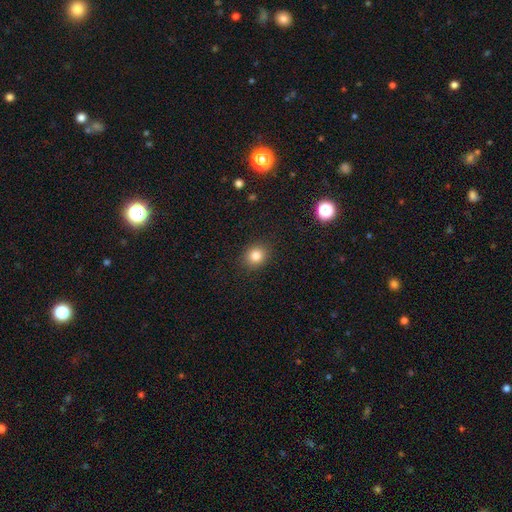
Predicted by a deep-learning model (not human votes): Smooth or featured?
  - smooth: 83% *
  - star or artifact: 11%
  - featured or disk: 6%
How rounded?
  - round: 79% *
  - in between: 21%
  - cigar-shaped: 1%
Merging?
  - none: 89% *
  - minor disturbance: 7%
  - major disturbance: 2%
  - merger: 1%